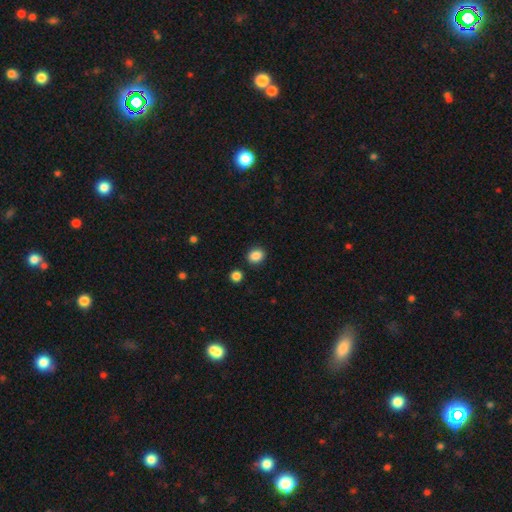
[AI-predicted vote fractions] A smooth galaxy with no disk features (87%) that is round (59%).

Vote fractions:
- Smooth or featured? smooth: 87% / star or artifact: 10% / featured or disk: 3%
- How rounded? round: 59% / in between: 40% / cigar-shaped: 1%
- Merging? none: 87% / minor disturbance: 7% / merger: 3% / major disturbance: 2%